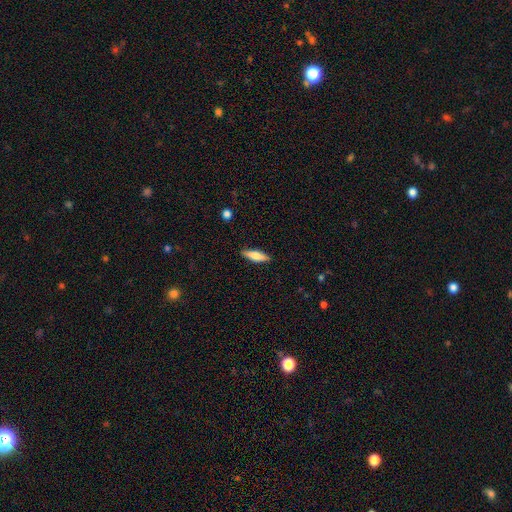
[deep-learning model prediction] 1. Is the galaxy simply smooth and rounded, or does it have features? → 69% smooth, 25% featured or disk, 6% star or artifact.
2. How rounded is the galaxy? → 62% cigar-shaped, 36% in between, 2% round.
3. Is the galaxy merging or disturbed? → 89% none, 8% minor disturbance, 2% major disturbance, 1% merger.